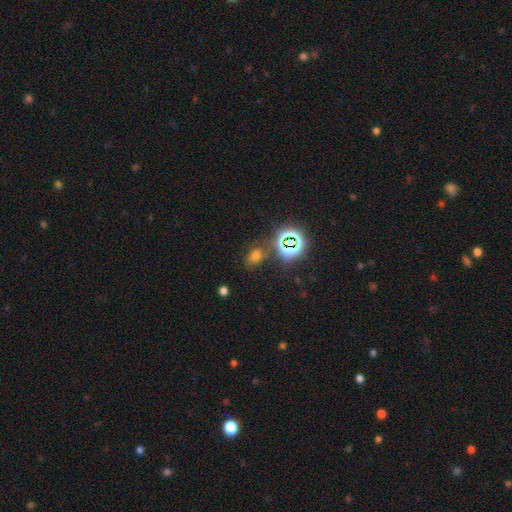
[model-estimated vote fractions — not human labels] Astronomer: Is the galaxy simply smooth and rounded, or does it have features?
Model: smooth — 52% (runner-up: star or artifact, 39%).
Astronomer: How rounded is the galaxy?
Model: in between — 62%.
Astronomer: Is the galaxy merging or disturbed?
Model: none — 69%.